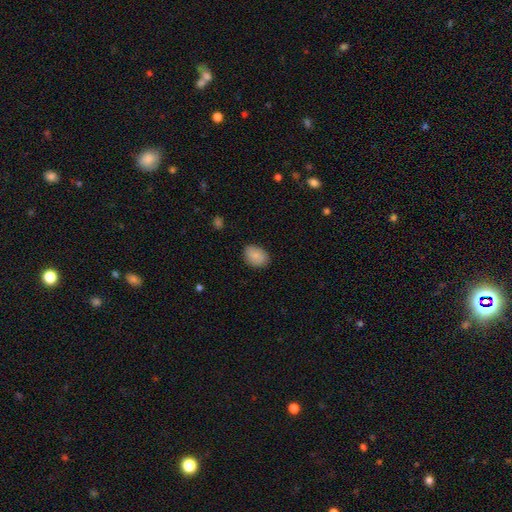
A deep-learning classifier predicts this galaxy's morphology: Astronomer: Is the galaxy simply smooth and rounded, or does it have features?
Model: smooth — 86%.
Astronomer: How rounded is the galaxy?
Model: in between — 72%.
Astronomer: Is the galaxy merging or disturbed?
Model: none — 84%.